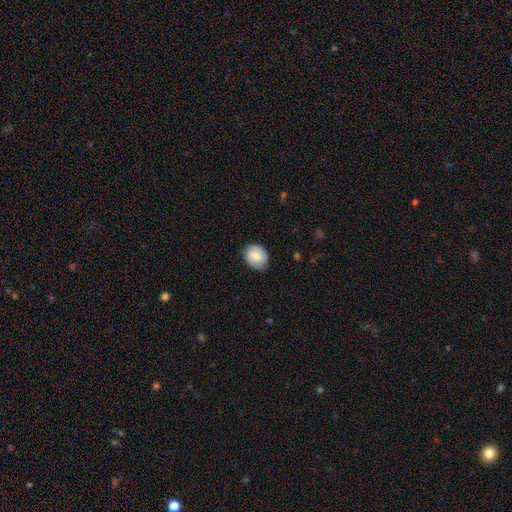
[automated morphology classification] smooth 67%, featured or disk 26%, star or artifact 7%. Down the decision tree: how rounded — round (52%); merging — none (79%).